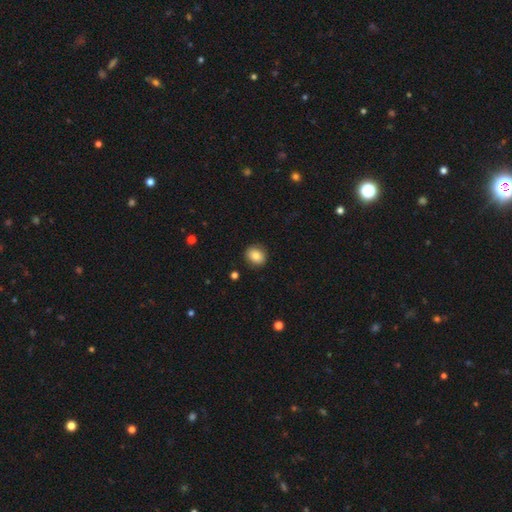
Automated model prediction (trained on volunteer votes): A smooth galaxy with no disk features (83%) that is round (67%). Merging: none (88%).